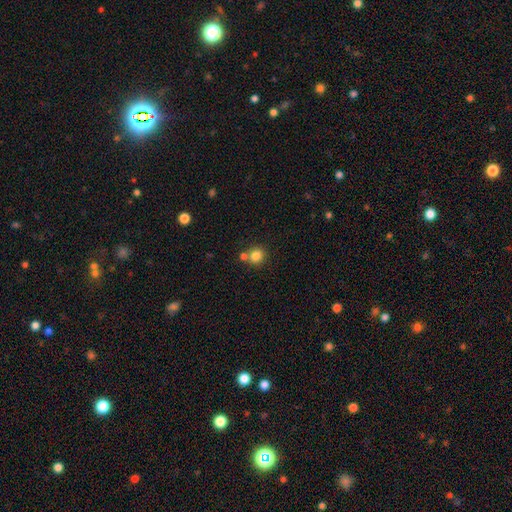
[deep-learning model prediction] The model was most divided on "merging": none: 64%, merger: 24%, minor disturbance: 9%, major disturbance: 3%. More confident: how rounded — round (86%); smooth or featured — smooth (82%).